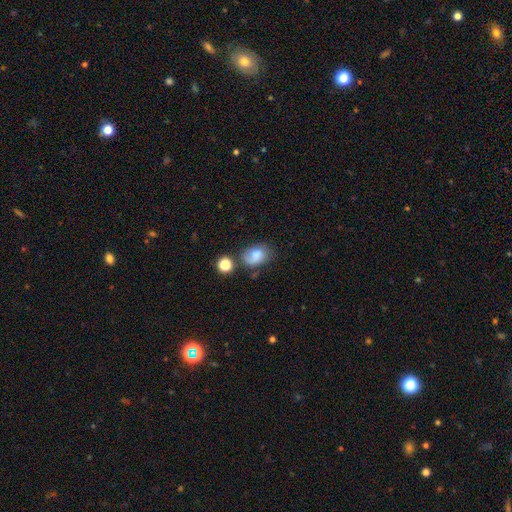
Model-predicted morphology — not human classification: Smooth or featured? Predicted: smooth (p=0.76). How rounded? Predicted: in between (p=0.72). Merging? Predicted: none (p=0.51).